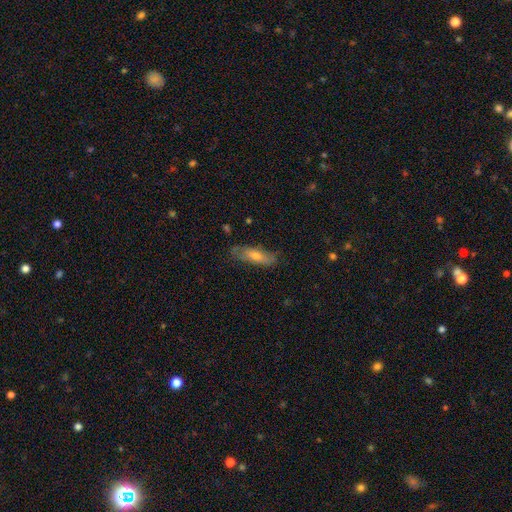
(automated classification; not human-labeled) smooth_or_featured: smooth (p=0.55) [alt: featured or disk p=0.37]
how_rounded: cigar-shaped (p=0.52) [alt: in between p=0.45]
merging: none (p=0.75) [alt: minor disturbance p=0.19]